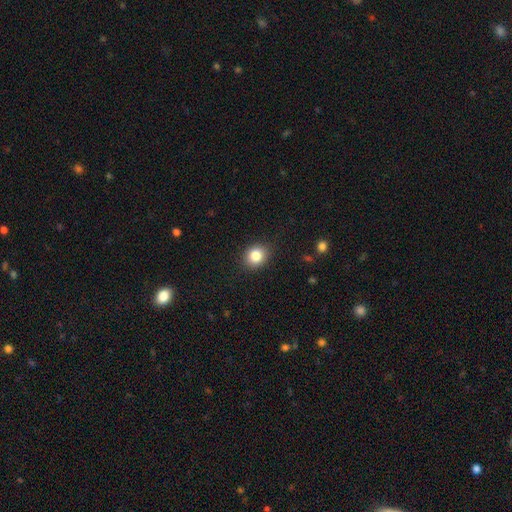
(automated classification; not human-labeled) A smooth galaxy with no disk features (84%) that is round (66%).

Vote fractions:
- Smooth or featured? smooth: 84% / star or artifact: 10% / featured or disk: 6%
- How rounded? round: 66% / in between: 33% / cigar-shaped: 1%
- Merging? none: 88% / minor disturbance: 9% / major disturbance: 2% / merger: 1%